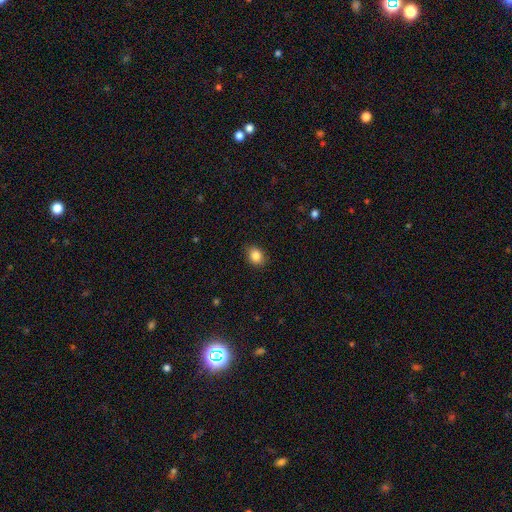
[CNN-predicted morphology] A smooth galaxy with no disk features (85%) that is in between round and cigar-shaped (50%). Merging: none (87%).